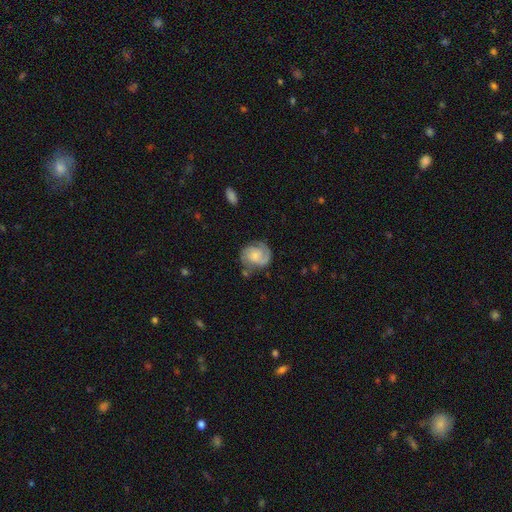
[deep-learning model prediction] Overall: featured or disk (74%). Edge-on disk: no (98%). Bar: no (70%). Spiral arms: yes (95%). Spiral arm count: 2 (69%). Spiral winding: tight (44%; medium 42%). Bulge size: small (52%; moderate 33%). Merging: none (66%).